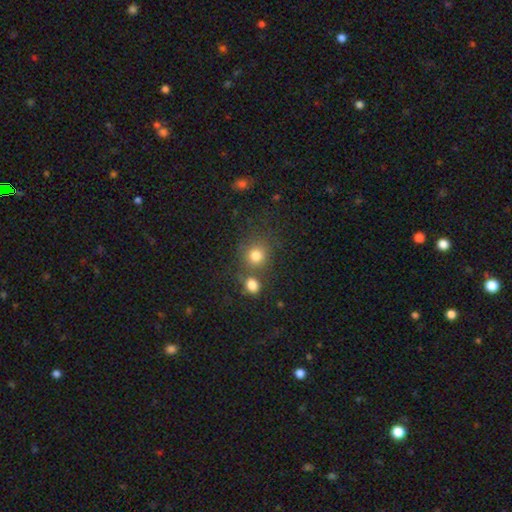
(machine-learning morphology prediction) Smooth or featured: smooth — 79% (star or artifact — 13%)
How rounded: round — 85% (in between — 14%)
Merging: none — 60% (merger — 26%)